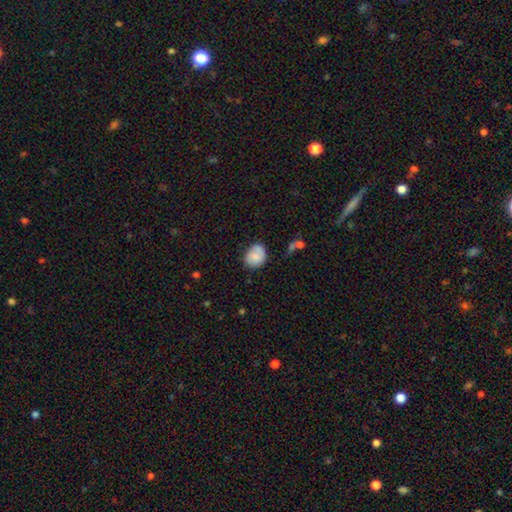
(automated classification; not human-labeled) smooth_or_featured: smooth (p=0.74) [alt: featured or disk p=0.18]
how_rounded: round (p=0.53) [alt: in between p=0.46]
merging: none (p=0.61) [alt: minor disturbance p=0.27]